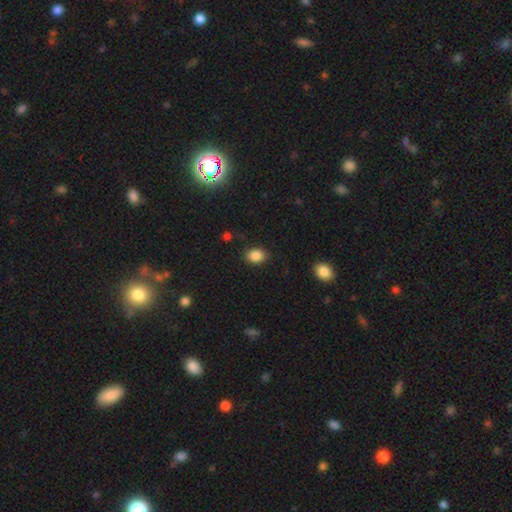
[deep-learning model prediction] A smooth galaxy with no disk features (86%) that is in between round and cigar-shaped (68%). Merging: none (84%).